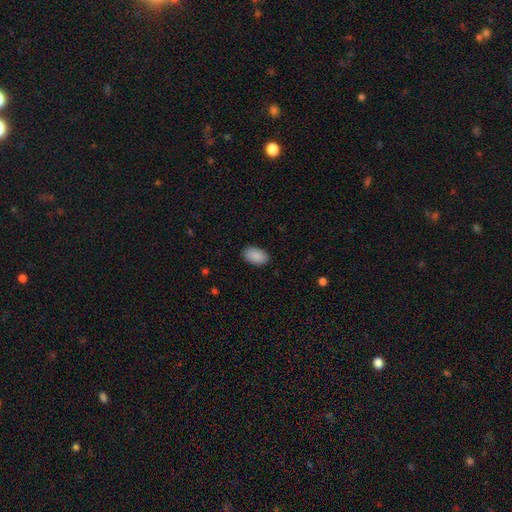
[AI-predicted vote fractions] The model was most divided on "merging": none: 89%, minor disturbance: 8%, major disturbance: 2%, merger: 1%. More confident: how rounded — in between (94%); smooth or featured — smooth (90%).